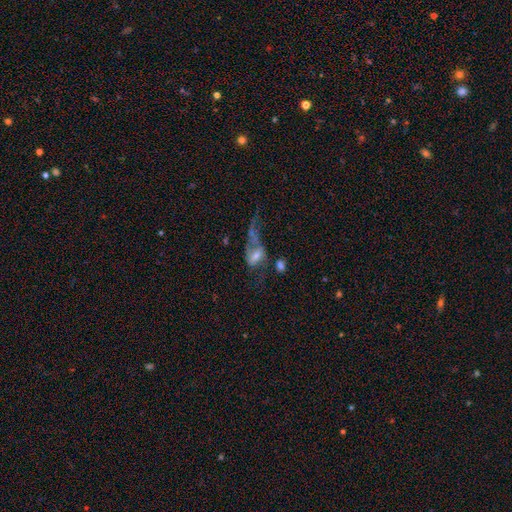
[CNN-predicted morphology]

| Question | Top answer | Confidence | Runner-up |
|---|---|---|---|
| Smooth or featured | featured or disk | 62% | smooth (26%) |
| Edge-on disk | no | 93% | yes (7%) |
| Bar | no | 45% | weak (40%) |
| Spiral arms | yes | 68% | no (32%) |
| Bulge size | moderate | 45% | small (33%) |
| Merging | major disturbance | 43% | merger (22%) |